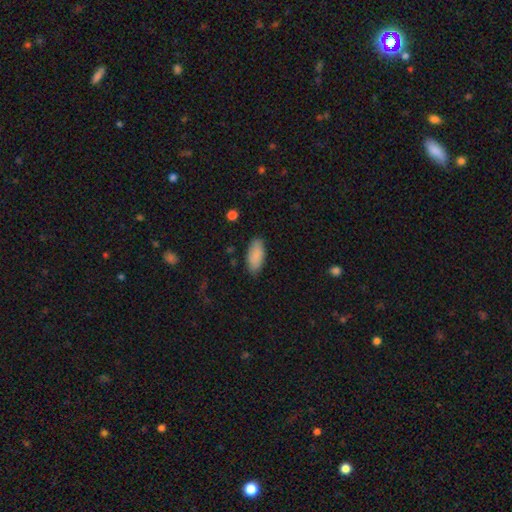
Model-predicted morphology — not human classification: smooth-or-featured: smooth: 86% | featured or disk: 7% | star or artifact: 6%
  how-rounded: in between: 90% | cigar-shaped: 8% | round: 2%
  merging: none: 82% | minor disturbance: 14% | major disturbance: 3% | merger: 1%